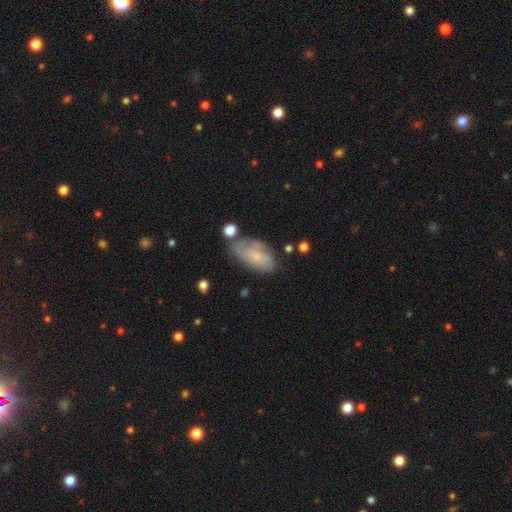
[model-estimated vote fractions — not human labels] smooth-or-featured: smooth: 49% | featured or disk: 44% | star or artifact: 7%
  merging: none: 56% | minor disturbance: 27% | major disturbance: 10% | merger: 6%